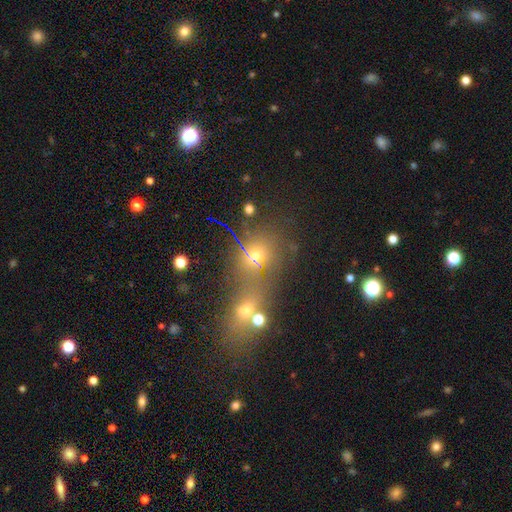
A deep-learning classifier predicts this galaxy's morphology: type=smooth (53%); roundness=round (61%); merging=merger (49%).